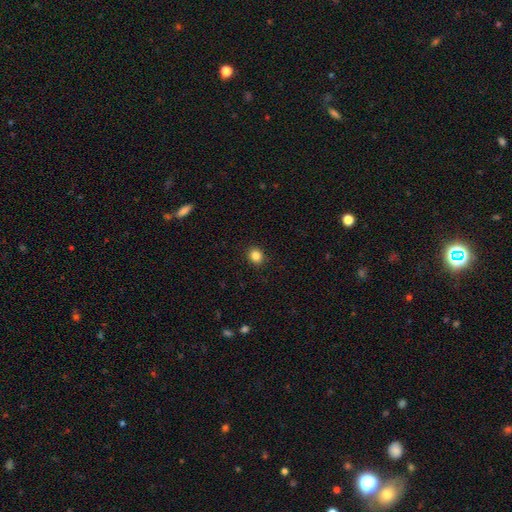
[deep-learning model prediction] Morphology: type=smooth (85%); roundness=round (70%); merging=none (91%).